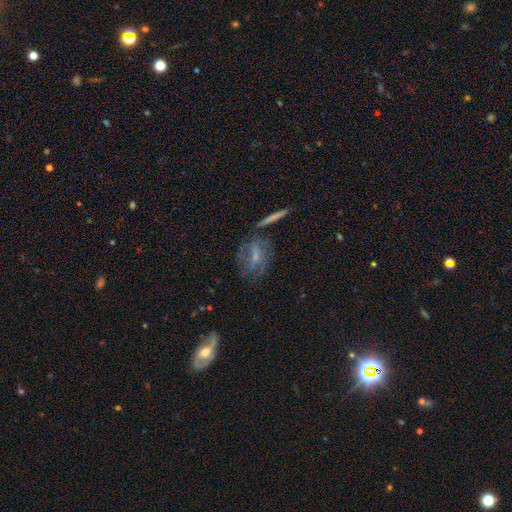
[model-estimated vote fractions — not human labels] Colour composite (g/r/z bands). It shows a featured or disk galaxy (54%). Merging: none (58%).